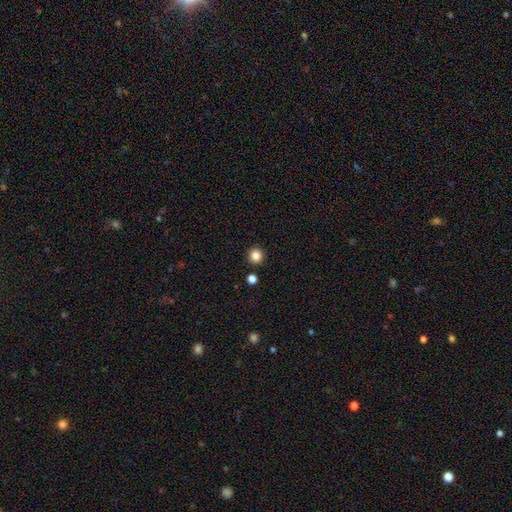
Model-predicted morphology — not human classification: This is clearly a smooth galaxy (84%). How rounded: clearly round (94%). Merging: clearly none (91%).